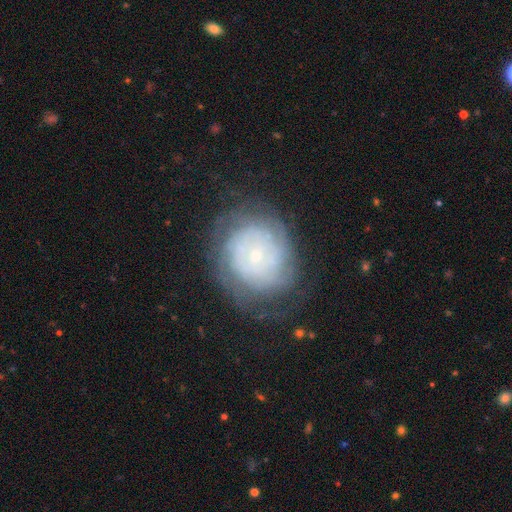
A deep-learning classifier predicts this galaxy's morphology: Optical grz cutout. It shows a featured or disk galaxy (69%) with no bar (77%), tight (79%) spiral arms (87%) and a small central bulge (78%). Merging: none (72%).